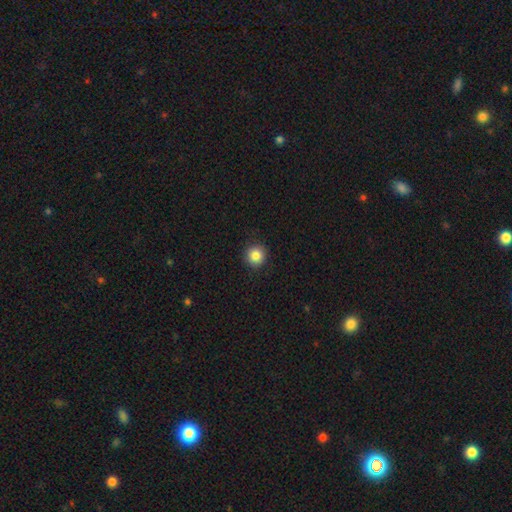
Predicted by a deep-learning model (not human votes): Smooth or featured: smooth — 86% (star or artifact — 10%)
How rounded: round — 94% (in between — 5%)
Merging: none — 92% (minor disturbance — 6%)